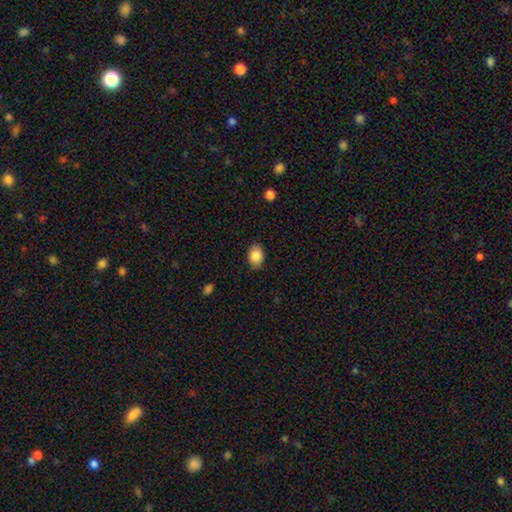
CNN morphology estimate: Q: Smooth or featured?
A: smooth (86%); runner-up: star or artifact (8%)
Q: How rounded?
A: in between (77%); runner-up: round (22%)
Q: Merging?
A: none (85%); runner-up: minor disturbance (11%)